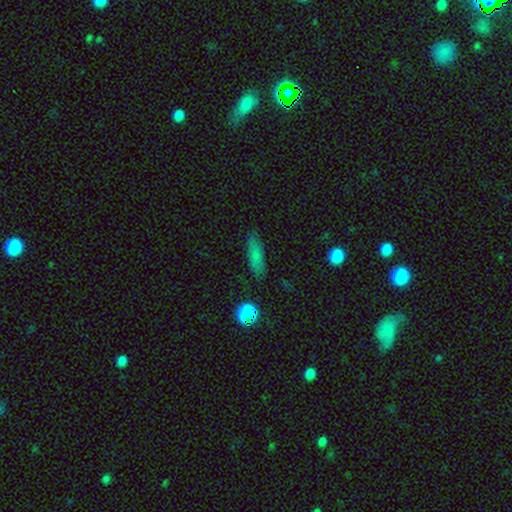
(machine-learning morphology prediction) type=smooth (75%); roundness=cigar-shaped (55%); merging=none (83%).